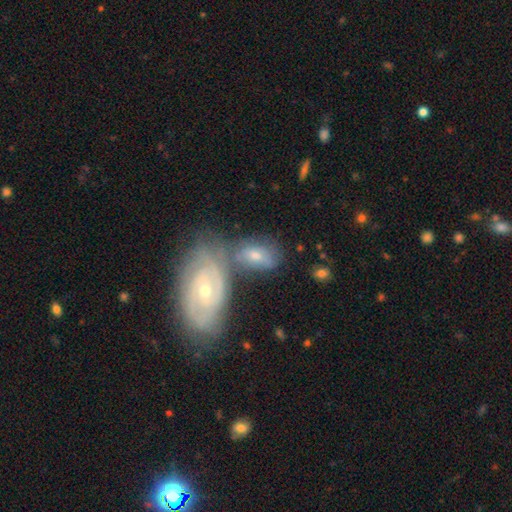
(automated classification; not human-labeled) Smooth or featured?
  - featured or disk: 54% *
  - smooth: 38%
  - star or artifact: 8%
Edge-on disk?
  - no: 91% *
  - yes: 9%
Merging?
  - none: 38% *
  - merger: 37%
  - minor disturbance: 17%
  - major disturbance: 8%